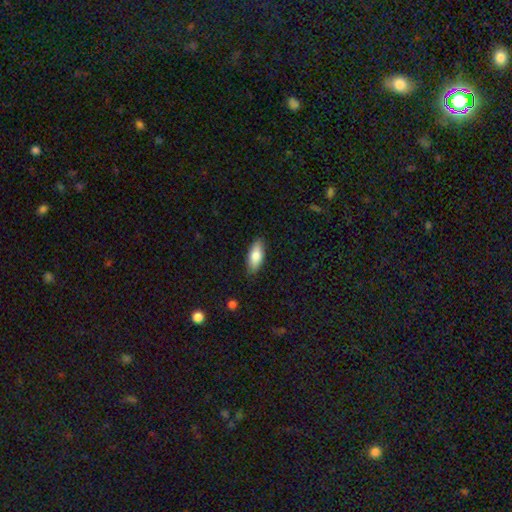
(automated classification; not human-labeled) Smooth or featured? Predicted: smooth (p=0.79). How rounded? Predicted: in between (p=0.80). Merging? Predicted: none (p=0.87).